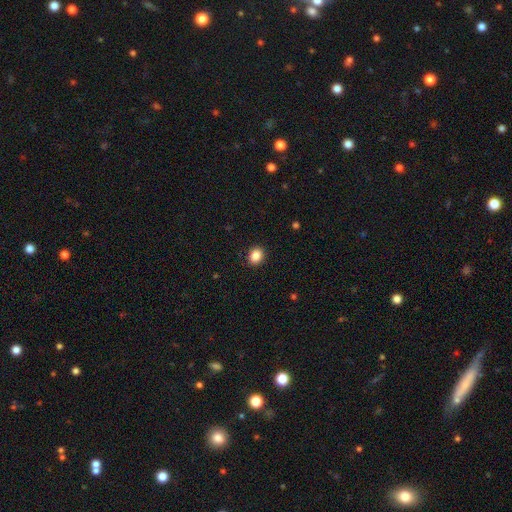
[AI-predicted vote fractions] Overall: smooth (87%). How rounded: round (59%; in between 40%). Merging: none (91%).